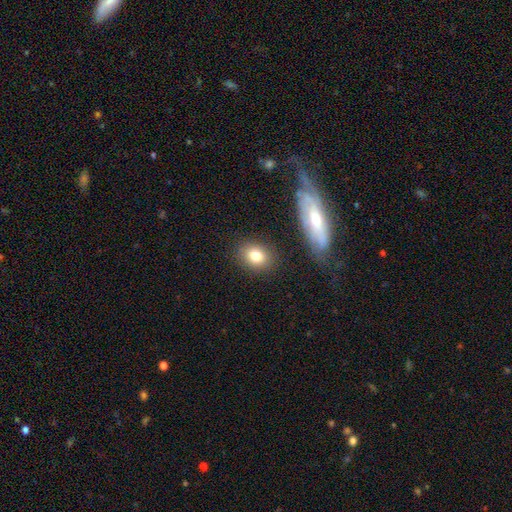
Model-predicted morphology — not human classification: Q: Smooth or featured?
A: smooth (80%); runner-up: star or artifact (11%)
Q: How rounded?
A: in between (49%); tied with: round (49%)
Q: Merging?
A: none (85%); runner-up: minor disturbance (9%)